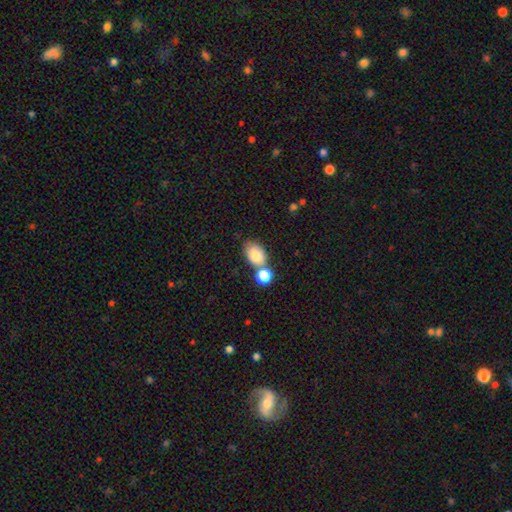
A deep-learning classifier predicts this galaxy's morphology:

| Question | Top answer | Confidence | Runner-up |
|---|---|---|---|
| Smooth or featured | smooth | 82% | featured or disk (9%) |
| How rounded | in between | 80% | round (18%) |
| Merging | none | 51% | merger (30%) |